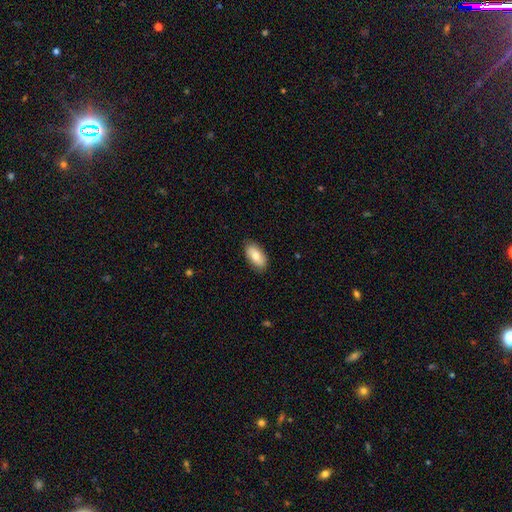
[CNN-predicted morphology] smooth 76%, featured or disk 18%, star or artifact 6%. Down the decision tree: how rounded — in between (93%); merging — none (86%).